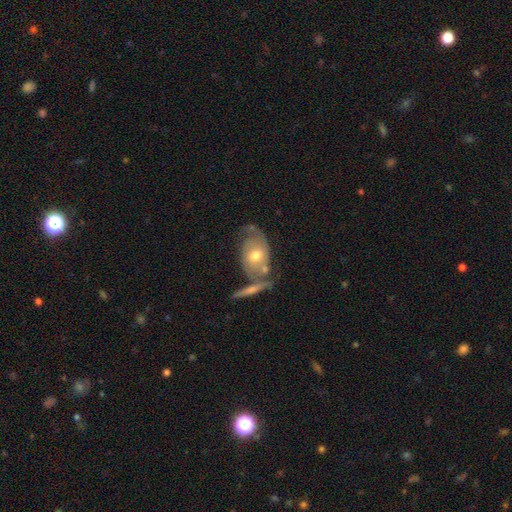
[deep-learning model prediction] This is likely a featured or disk galaxy (68%). It is clearly not viewed edge-on (90%). Bar: likely no (75%). Spiral arm pattern: likely yes (78%). Central bulge: likely moderate (69%). Merging: marginally none (43%).